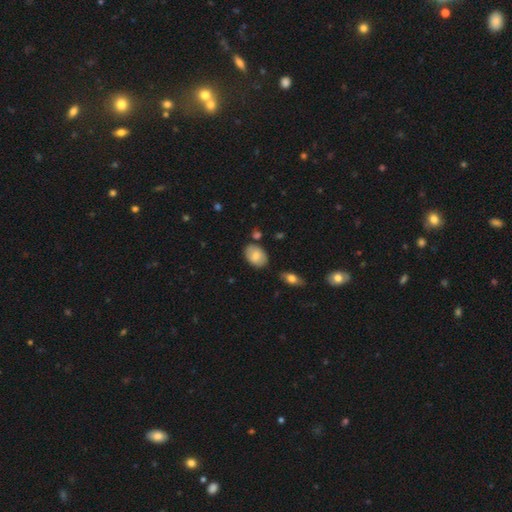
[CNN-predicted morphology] smooth-or-featured: smooth: 76% | featured or disk: 17% | star or artifact: 7%
  how-rounded: in between: 85% | round: 14% | cigar-shaped: 1%
  merging: none: 77% | minor disturbance: 16% | merger: 4% | major disturbance: 3%